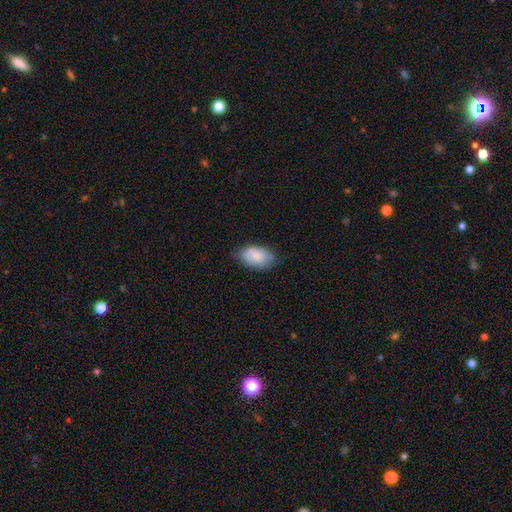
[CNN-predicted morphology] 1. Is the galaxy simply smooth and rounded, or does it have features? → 77% smooth, 16% featured or disk, 7% star or artifact.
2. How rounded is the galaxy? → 92% in between, 7% round, 1% cigar-shaped.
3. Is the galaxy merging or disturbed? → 65% none, 28% minor disturbance, 5% major disturbance, 1% merger.